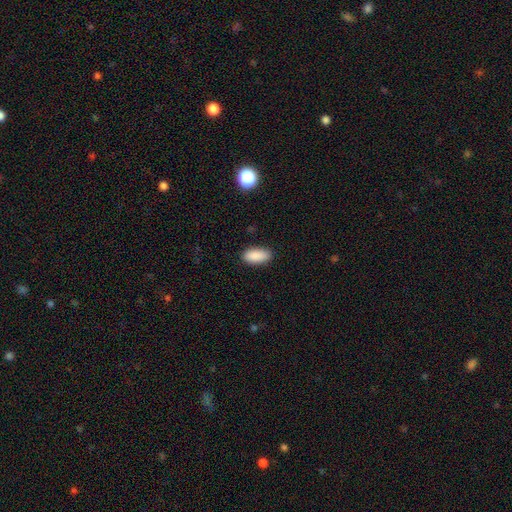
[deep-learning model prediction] Smooth or featured? Predicted: smooth (p=0.90). How rounded? Predicted: in between (p=0.90). Merging? Predicted: none (p=0.88).